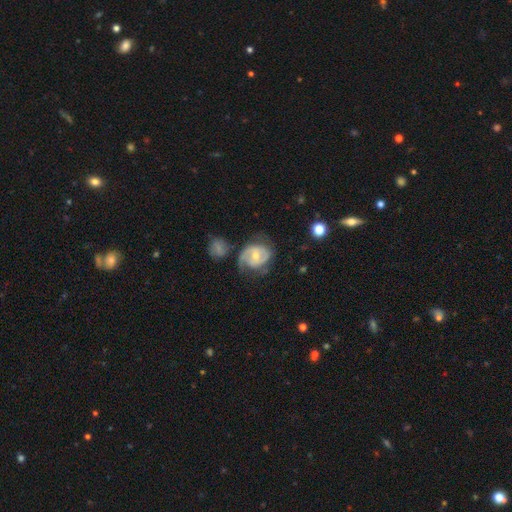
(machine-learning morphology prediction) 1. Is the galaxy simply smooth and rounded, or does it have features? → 69% featured or disk, 25% smooth, 6% star or artifact.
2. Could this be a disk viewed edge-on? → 97% no, 3% yes.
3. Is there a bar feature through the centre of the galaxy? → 52% no, 38% weak, 10% strong.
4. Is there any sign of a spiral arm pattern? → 86% yes, 14% no.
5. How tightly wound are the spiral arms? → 43% medium, 34% tight, 22% loose.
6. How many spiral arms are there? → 60% 2, 16% can't tell, 16% 1, 5% 3, 1% 4, 1% more than 4.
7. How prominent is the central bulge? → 51% moderate, 43% small, 3% large, 2% none, 1% dominant.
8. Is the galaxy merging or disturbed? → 45% none, 26% minor disturbance, 22% major disturbance, 6% merger.